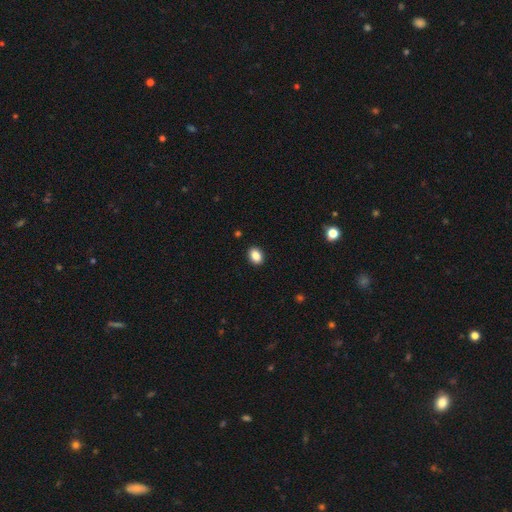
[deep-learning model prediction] This appears to be a smooth galaxy with no disk features (87%) that is in between round and cigar-shaped (75%). Merging: none (91%).